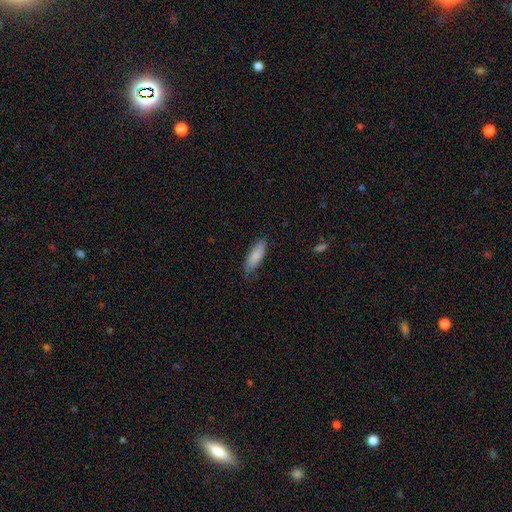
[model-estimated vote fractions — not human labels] The model was most divided on "how rounded": in between: 59%, cigar-shaped: 39%, round: 2%. More confident: smooth or featured — smooth (85%); merging — none (77%).